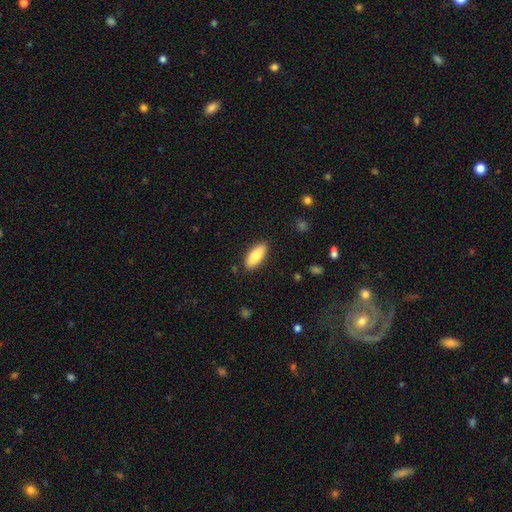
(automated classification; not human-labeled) The model was most divided on "smooth or featured": smooth: 82%, featured or disk: 12%, star or artifact: 6%. More confident: merging — none (87%); how rounded — in between (85%).